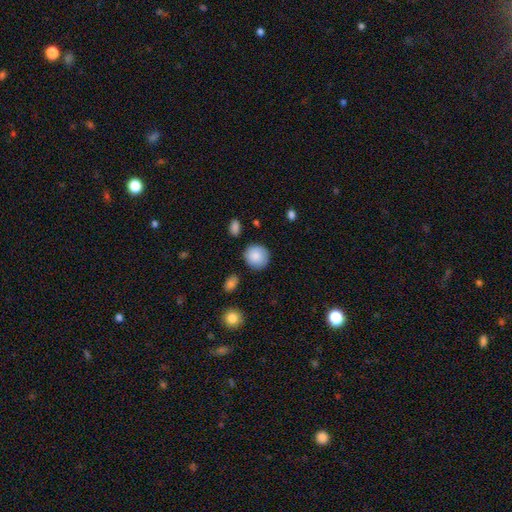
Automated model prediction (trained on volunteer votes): A smooth galaxy with no disk features (86%) that is round (88%). Merging: none (86%).